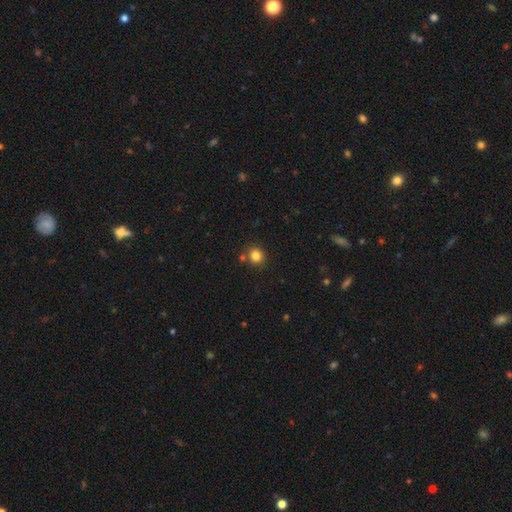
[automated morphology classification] This is clearly a smooth galaxy (82%). How rounded: clearly round (85%). Merging: clearly none (80%).